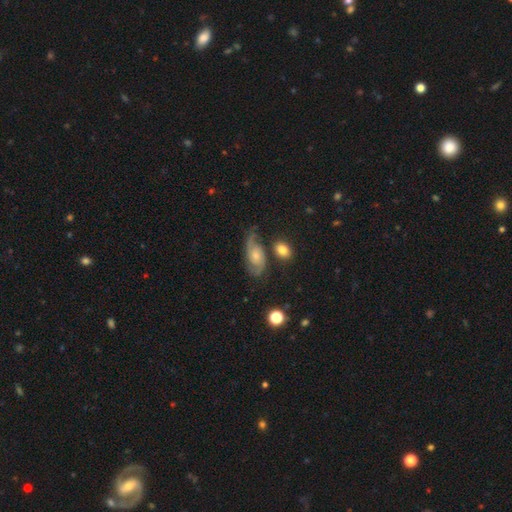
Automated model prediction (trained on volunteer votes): A featured or disk galaxy (71%) with no bar (70%), 2 (83%) medium (46%) spiral arms (93%) and a moderate central bulge (42%, tied with small). Merging: none (56%).